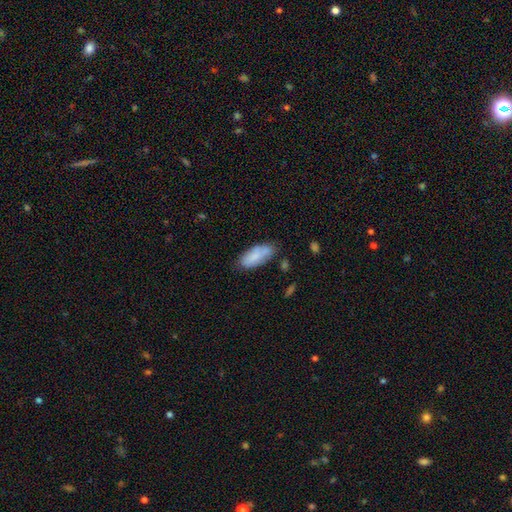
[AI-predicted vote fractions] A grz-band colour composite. It shows a smooth galaxy with no disk features (78%) that is in between round and cigar-shaped (84%). Merging: none (68%).